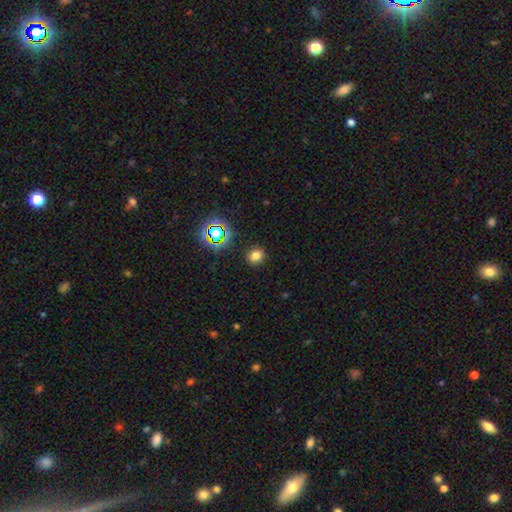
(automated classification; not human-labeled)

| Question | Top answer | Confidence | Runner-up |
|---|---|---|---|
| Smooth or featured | smooth | 73% | star or artifact (19%) |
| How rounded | round | 55% | in between (44%) |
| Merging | none | 87% | minor disturbance (9%) |